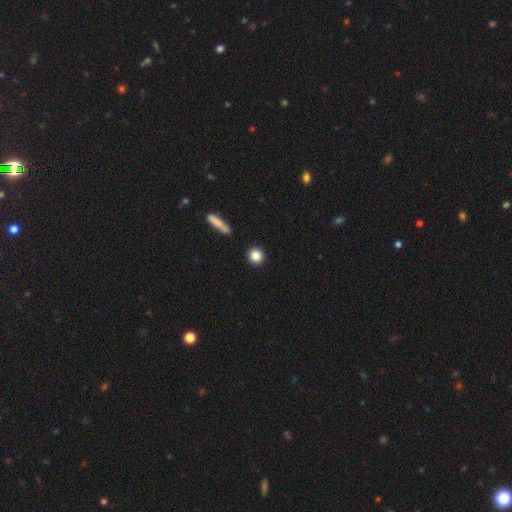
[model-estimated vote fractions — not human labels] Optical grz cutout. It shows a smooth galaxy with no disk features (86%) that is round (91%). Merging: none (90%).